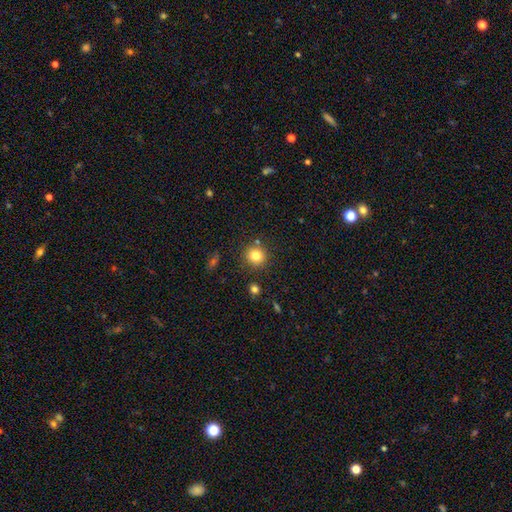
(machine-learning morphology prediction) Smooth or featured?
  - smooth: 81% *
  - star or artifact: 12%
  - featured or disk: 7%
How rounded?
  - round: 91% *
  - in between: 8%
  - cigar-shaped: 1%
Merging?
  - none: 84% *
  - minor disturbance: 8%
  - merger: 5%
  - major disturbance: 3%